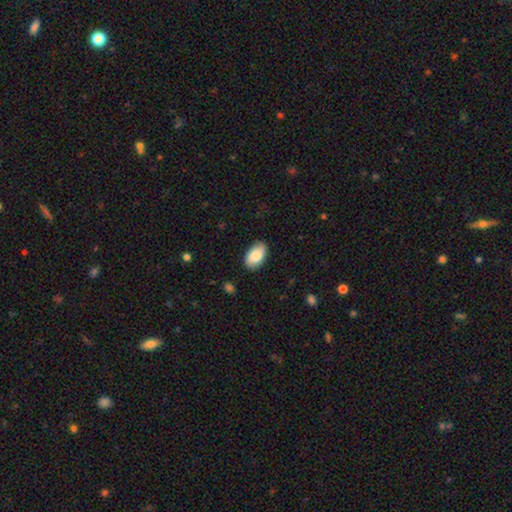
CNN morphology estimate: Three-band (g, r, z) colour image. It shows a smooth galaxy with no disk features (79%) that is in between round and cigar-shaped (94%). Merging: none (85%).